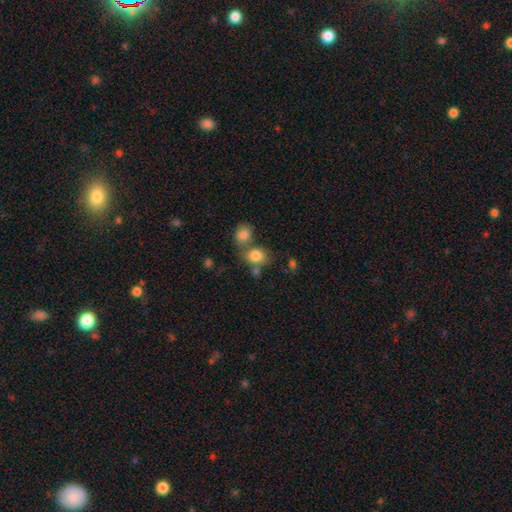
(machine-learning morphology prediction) Smooth or featured? Predicted: smooth (p=0.82). How rounded? Predicted: round (p=0.59). Merging? Predicted: none (p=0.47).